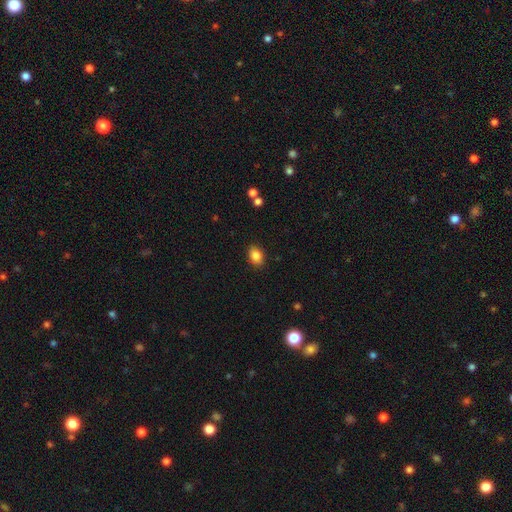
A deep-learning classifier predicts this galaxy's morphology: Q: Smooth or featured?
A: smooth (86%); runner-up: star or artifact (9%)
Q: How rounded?
A: in between (76%); runner-up: round (23%)
Q: Merging?
A: none (88%); runner-up: minor disturbance (9%)